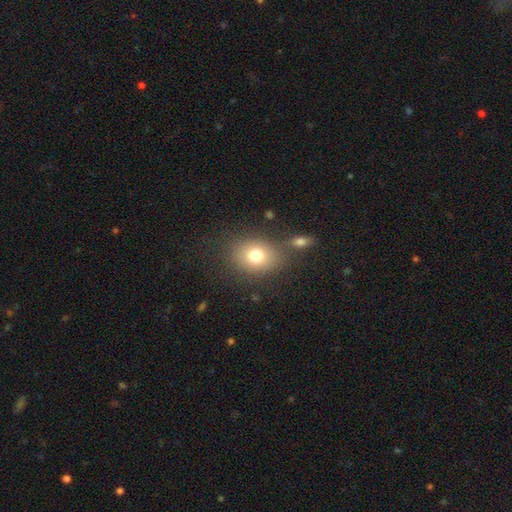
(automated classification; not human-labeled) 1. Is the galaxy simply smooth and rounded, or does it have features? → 76% smooth, 13% featured or disk, 11% star or artifact.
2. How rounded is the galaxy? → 51% round, 47% in between, 1% cigar-shaped.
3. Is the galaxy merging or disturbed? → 68% none, 14% merger, 13% minor disturbance, 6% major disturbance.